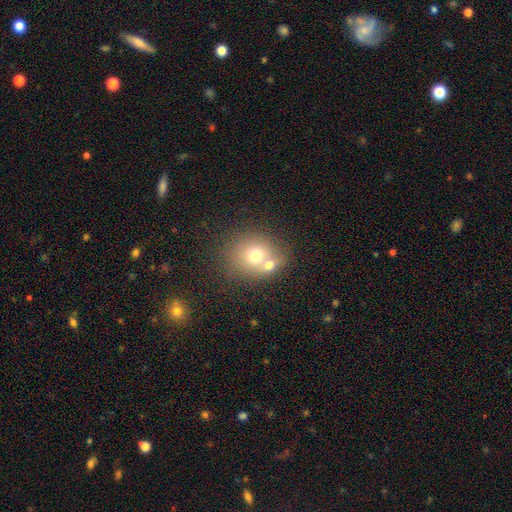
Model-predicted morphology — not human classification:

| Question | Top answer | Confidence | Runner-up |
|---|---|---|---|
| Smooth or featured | smooth | 68% | featured or disk (20%) |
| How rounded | round | 76% | in between (23%) |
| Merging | merger | 48% | none (40%) |